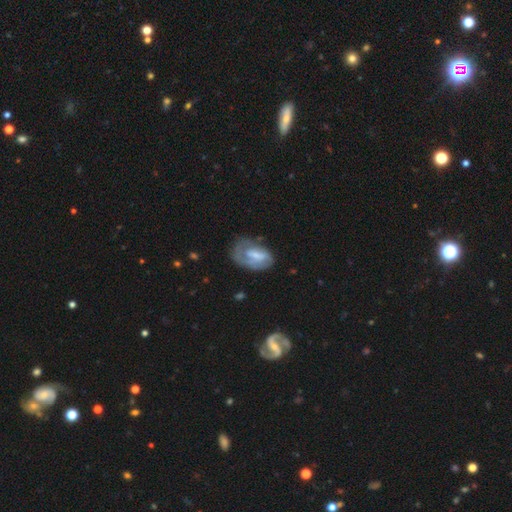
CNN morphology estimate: Overall: featured or disk (54%; smooth 40%). Edge-on disk: no (95%). Bar: weak (45%; no 33%). Spiral arms: yes (65%; no 35%). Bulge size: small (35%; moderate 34%). Merging: none (46%; minor disturbance 29%).